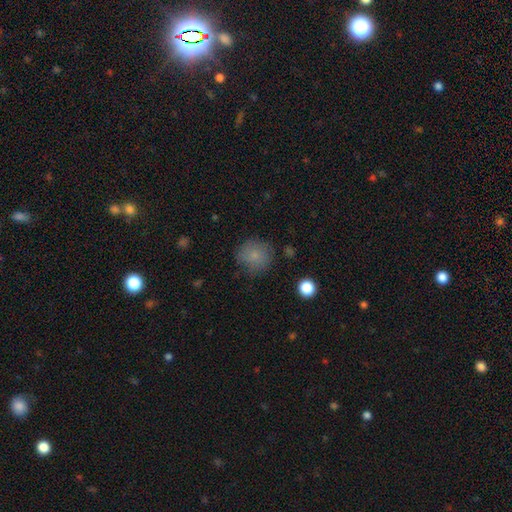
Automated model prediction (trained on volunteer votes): Q: Smooth or featured?
A: smooth (79%); runner-up: featured or disk (11%)
Q: How rounded?
A: round (88%); runner-up: in between (11%)
Q: Merging?
A: none (74%); runner-up: minor disturbance (18%)